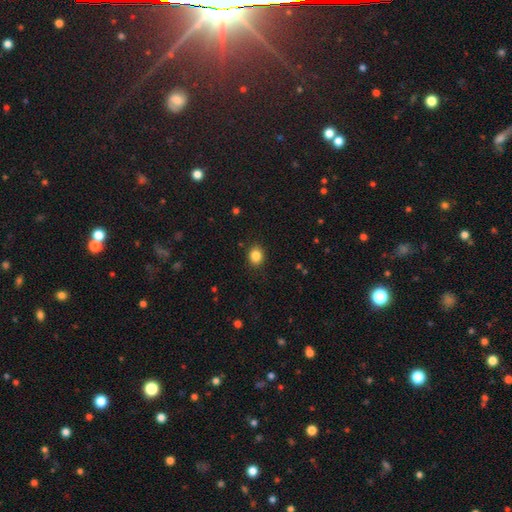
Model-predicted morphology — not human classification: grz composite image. It shows a smooth galaxy with no disk features (85%) that is round (63%). Merging: none (89%).